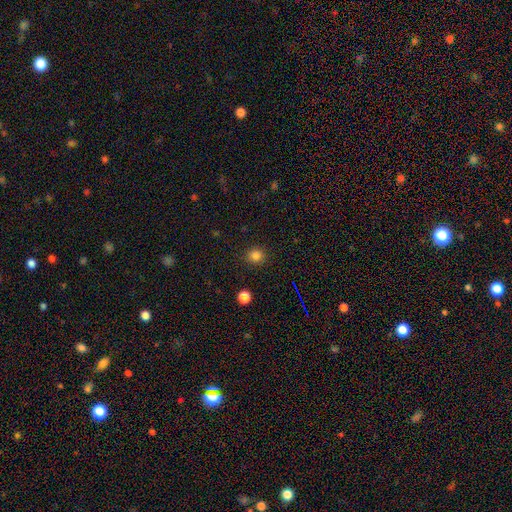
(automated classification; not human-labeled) The model was most divided on "smooth or featured": smooth: 82%, star or artifact: 14%, featured or disk: 4%. More confident: merging — none (88%); how rounded — round (87%).